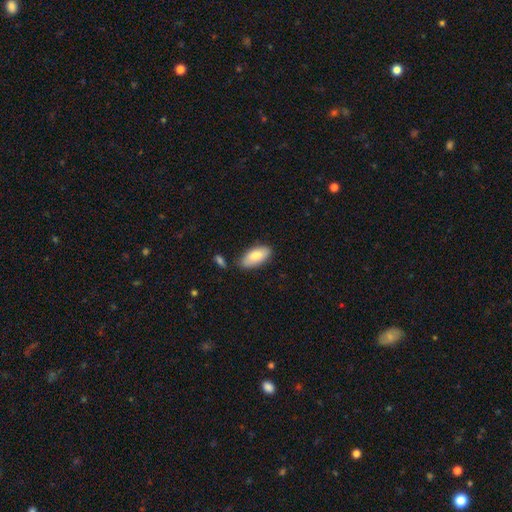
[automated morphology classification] Smooth or featured? smooth (80%)
How rounded? in between (91%)
Merging? none (74%)